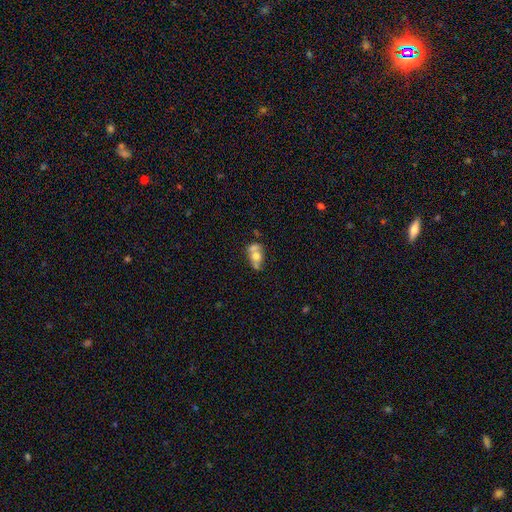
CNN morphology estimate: Smooth or featured?
  - smooth: 54% *
  - featured or disk: 37%
  - star or artifact: 9%
How rounded?
  - in between: 74% *
  - round: 21%
  - cigar-shaped: 4%
Merging?
  - merger: 42% *
  - none: 33%
  - minor disturbance: 16%
  - major disturbance: 10%